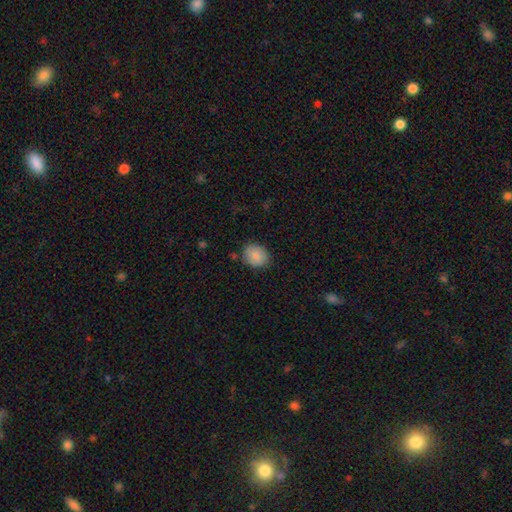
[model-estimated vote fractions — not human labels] Q: Smooth or featured?
A: smooth (86%); runner-up: star or artifact (7%)
Q: How rounded?
A: round (57%); runner-up: in between (42%)
Q: Merging?
A: none (80%); runner-up: minor disturbance (15%)